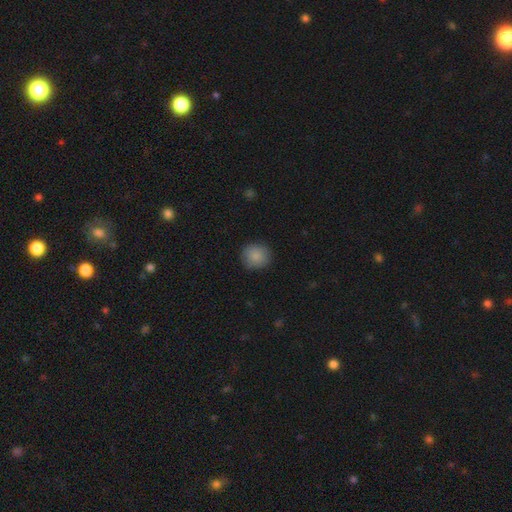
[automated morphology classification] Q: Smooth or featured?
A: smooth (87%); runner-up: star or artifact (8%)
Q: How rounded?
A: round (89%); runner-up: in between (11%)
Q: Merging?
A: none (89%); runner-up: minor disturbance (8%)